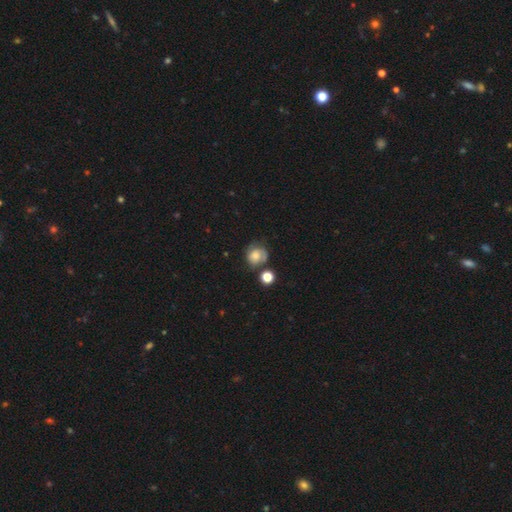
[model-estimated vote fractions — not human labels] Smooth or featured? smooth (60%)
How rounded? round (80%)
Merging? none (52%)